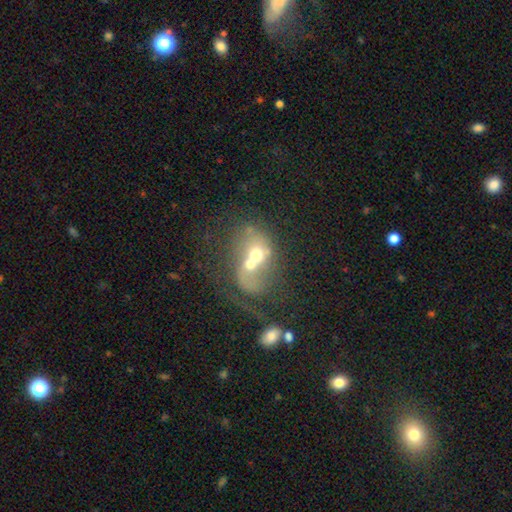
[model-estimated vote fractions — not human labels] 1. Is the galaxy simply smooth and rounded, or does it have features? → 53% featured or disk, 35% smooth, 12% star or artifact.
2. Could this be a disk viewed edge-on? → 96% no, 4% yes.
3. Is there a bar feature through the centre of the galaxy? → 79% no, 15% weak, 5% strong.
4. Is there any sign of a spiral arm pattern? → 62% no, 38% yes.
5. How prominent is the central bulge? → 59% moderate, 22% small, 10% large, 5% none, 3% dominant.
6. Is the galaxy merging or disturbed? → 68% merger, 13% none, 13% major disturbance, 7% minor disturbance.